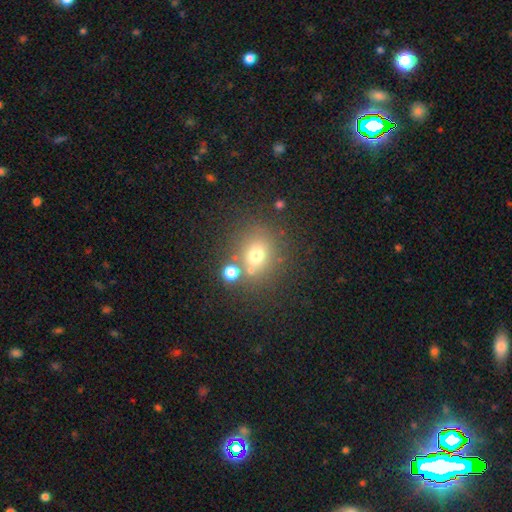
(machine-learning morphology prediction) This appears to be a smooth galaxy with no disk features (68%) that is round (76%). Merging: none (67%).